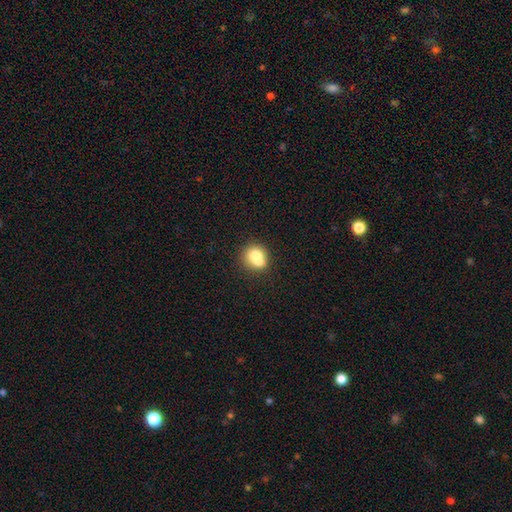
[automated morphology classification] Smooth or featured?
  - smooth: 71% *
  - featured or disk: 19%
  - star or artifact: 10%
How rounded?
  - round: 71% *
  - in between: 28%
  - cigar-shaped: 1%
Merging?
  - merger: 44% *
  - none: 39%
  - minor disturbance: 13%
  - major disturbance: 5%